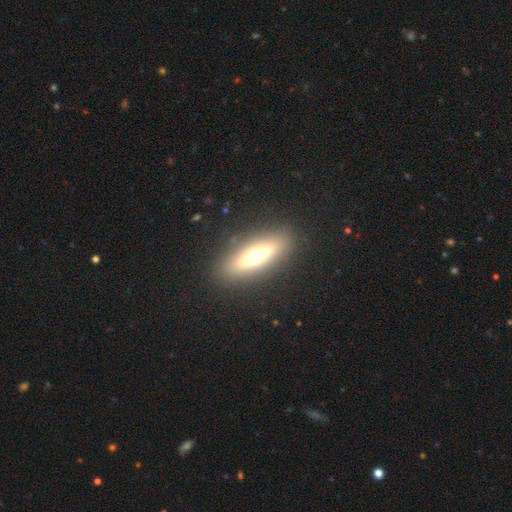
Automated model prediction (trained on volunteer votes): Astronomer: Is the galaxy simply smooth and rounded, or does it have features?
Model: smooth — 52% (runner-up: featured or disk, 40%).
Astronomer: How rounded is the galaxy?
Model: in between — 49% (runner-up: cigar-shaped, 48%).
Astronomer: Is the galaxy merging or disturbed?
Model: none — 86%.